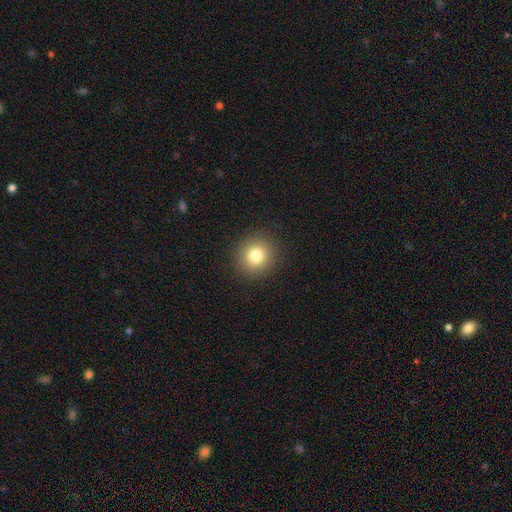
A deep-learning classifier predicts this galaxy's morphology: smooth-or-featured: smooth: 80% | star or artifact: 12% | featured or disk: 8%
  how-rounded: round: 89% | in between: 10% | cigar-shaped: 1%
  merging: none: 91% | minor disturbance: 6% | major disturbance: 2% | merger: 1%